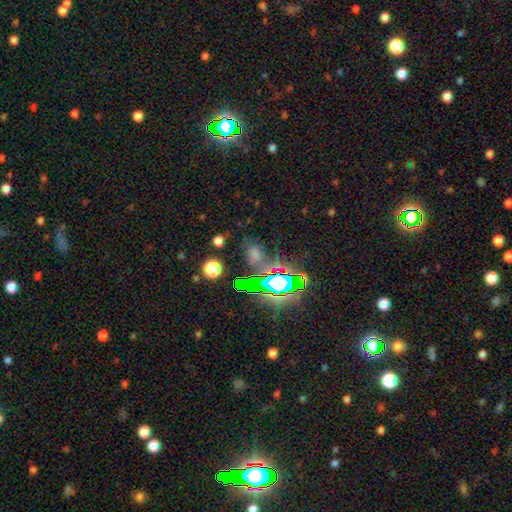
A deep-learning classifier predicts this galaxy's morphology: Smooth or featured: star or artifact — 52% (smooth — 34%)